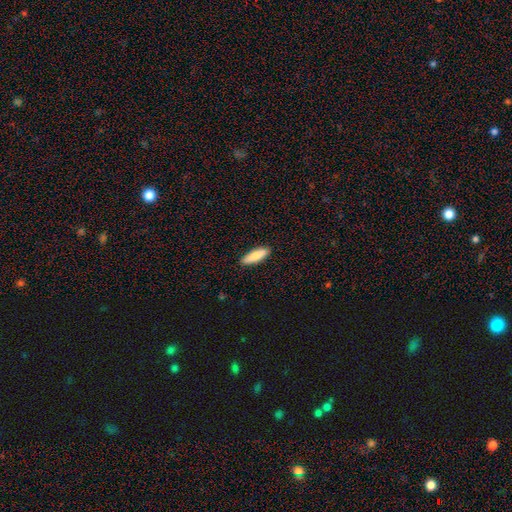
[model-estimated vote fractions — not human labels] smooth-or-featured: smooth: 82% | featured or disk: 13% | star or artifact: 5%
  how-rounded: cigar-shaped: 52% | in between: 46% | round: 2%
  merging: none: 90% | minor disturbance: 7% | major disturbance: 2% | merger: 1%